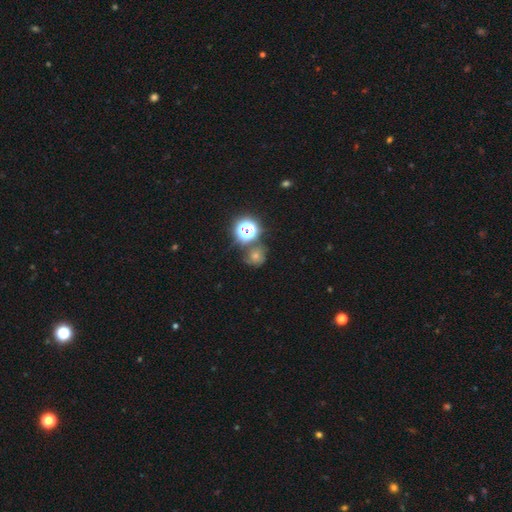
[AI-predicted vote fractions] Q: Smooth or featured?
A: star or artifact (50%); runner-up: smooth (37%)